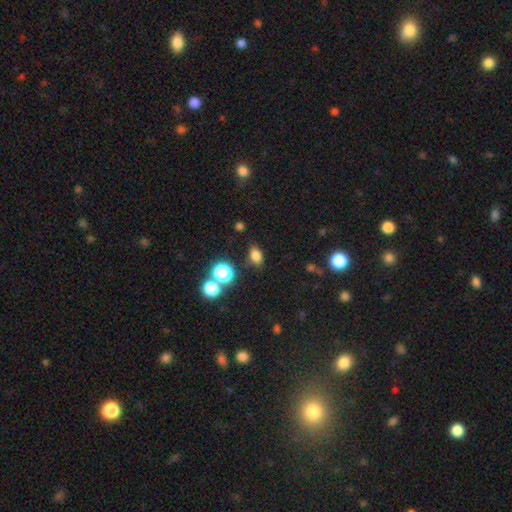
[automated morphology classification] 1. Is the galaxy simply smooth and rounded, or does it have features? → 77% smooth, 16% star or artifact, 7% featured or disk.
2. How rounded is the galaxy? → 76% in between, 22% round, 2% cigar-shaped.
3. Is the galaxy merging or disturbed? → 79% none, 13% minor disturbance, 4% merger, 4% major disturbance.